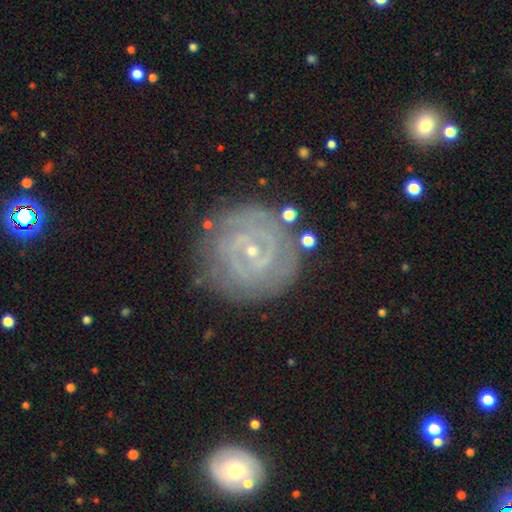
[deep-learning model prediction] Q: Smooth or featured?
A: featured or disk (82%); runner-up: smooth (10%)
Q: Edge-on disk?
A: no (97%); runner-up: yes (3%)
Q: Bar?
A: weak (43%); runner-up: no (39%)
Q: Spiral arms?
A: yes (92%); runner-up: no (8%)
Q: Spiral winding?
A: tight (80%); runner-up: medium (16%)
Q: Spiral arm count?
A: 2 (34%); runner-up: can't tell (32%)
Q: Bulge size?
A: small (83%); runner-up: moderate (13%)
Q: Merging?
A: none (81%); runner-up: minor disturbance (12%)